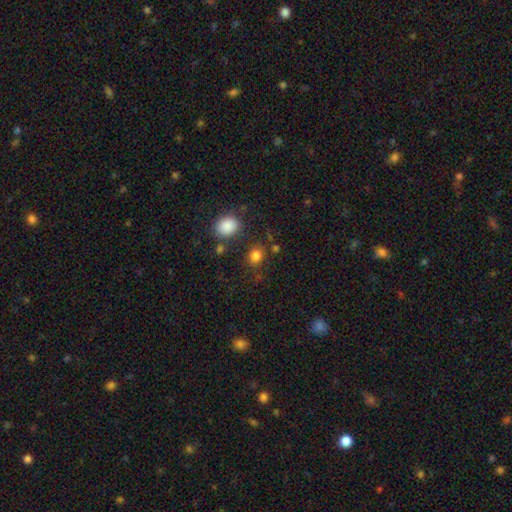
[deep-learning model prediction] The model was most divided on "how rounded": round: 63%, in between: 36%, cigar-shaped: 1%. More confident: smooth or featured — smooth (83%); merging — none (78%).